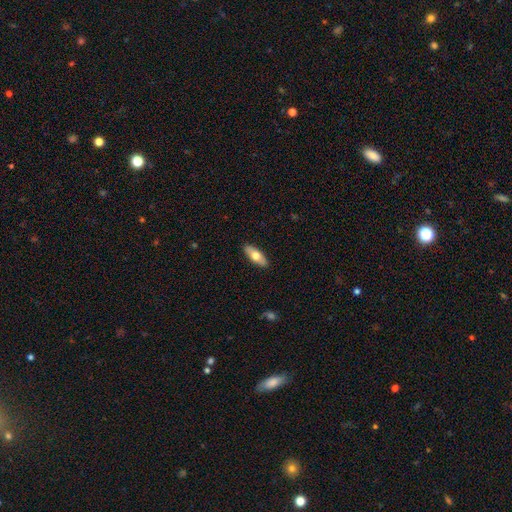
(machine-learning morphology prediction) Smooth or featured? smooth (64%)
How rounded? in between (75%)
Merging? none (89%)